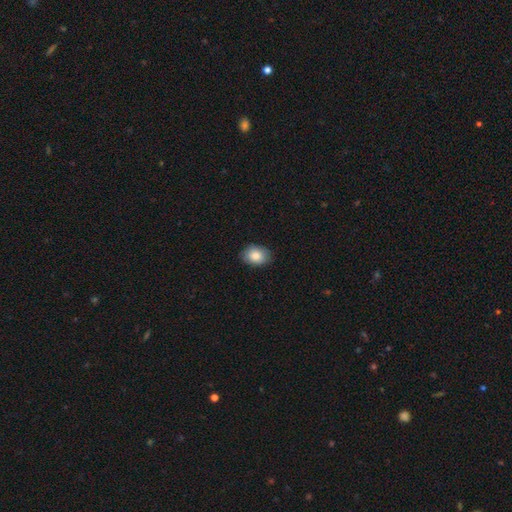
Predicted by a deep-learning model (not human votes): smooth 85%, featured or disk 8%, star or artifact 7%. Down the decision tree: how rounded — in between (73%); merging — none (83%).